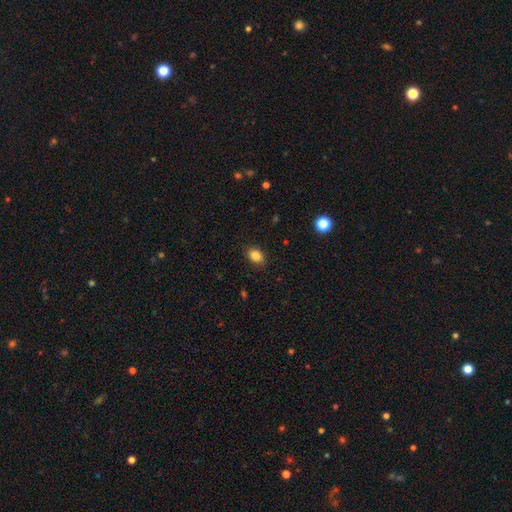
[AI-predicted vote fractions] Smooth or featured? Predicted: smooth (p=0.84). How rounded? Predicted: in between (p=0.76). Merging? Predicted: none (p=0.87).